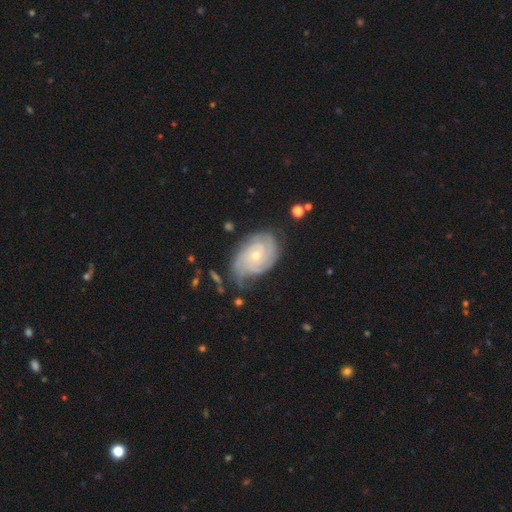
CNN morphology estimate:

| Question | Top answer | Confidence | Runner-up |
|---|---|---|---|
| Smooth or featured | featured or disk | 85% | smooth (10%) |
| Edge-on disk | no | 97% | yes (3%) |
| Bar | no | 74% | weak (22%) |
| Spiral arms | yes | 96% | no (4%) |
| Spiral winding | tight | 73% | medium (22%) |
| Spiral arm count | can't tell | 27% | tied: 2 (27%) |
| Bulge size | small | 59% | moderate (38%) |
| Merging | none | 65% | minor disturbance (24%) |